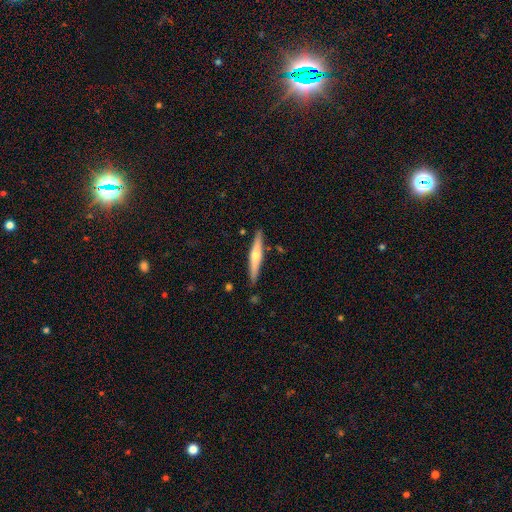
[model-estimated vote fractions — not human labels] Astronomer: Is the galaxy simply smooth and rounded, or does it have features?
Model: featured or disk — 55% (runner-up: smooth, 40%).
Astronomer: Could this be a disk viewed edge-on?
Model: yes — 96%.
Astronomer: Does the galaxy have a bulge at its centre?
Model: rounded — 84%.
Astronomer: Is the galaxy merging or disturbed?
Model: none — 88%.